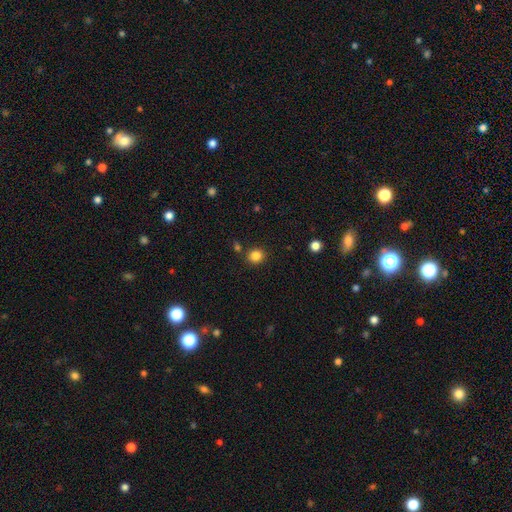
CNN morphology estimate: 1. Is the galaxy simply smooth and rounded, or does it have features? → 84% smooth, 12% star or artifact, 4% featured or disk.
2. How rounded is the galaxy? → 84% round, 15% in between, 1% cigar-shaped.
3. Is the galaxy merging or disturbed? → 84% none, 8% minor disturbance, 5% merger, 3% major disturbance.